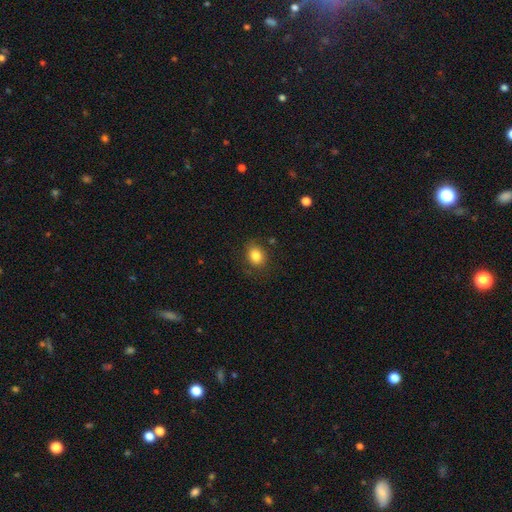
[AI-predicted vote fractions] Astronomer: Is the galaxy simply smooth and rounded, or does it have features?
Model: smooth — 84%.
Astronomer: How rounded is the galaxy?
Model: in between — 52% (runner-up: round, 47%).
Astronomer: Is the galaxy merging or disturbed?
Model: none — 79%.